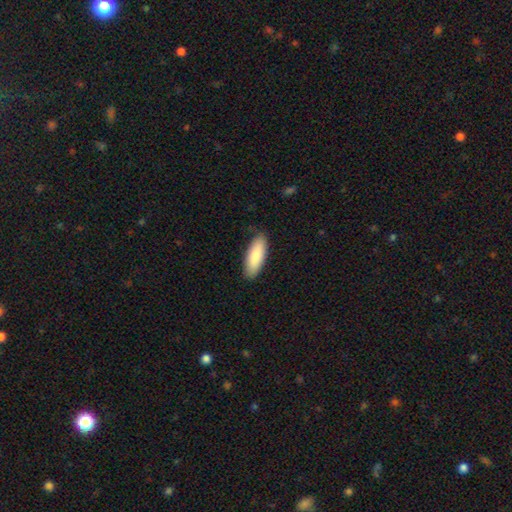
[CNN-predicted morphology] Smooth or featured? Predicted: smooth (p=0.84). How rounded? Predicted: in between (p=0.68). Merging? Predicted: none (p=0.86).